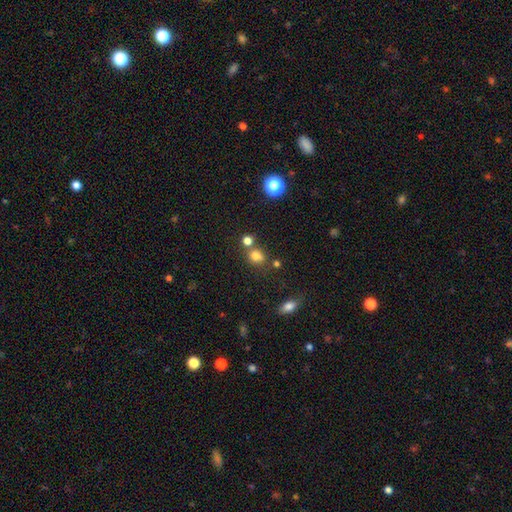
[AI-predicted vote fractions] Smooth or featured? smooth (76%)
How rounded? round (65%)
Merging? none (58%)